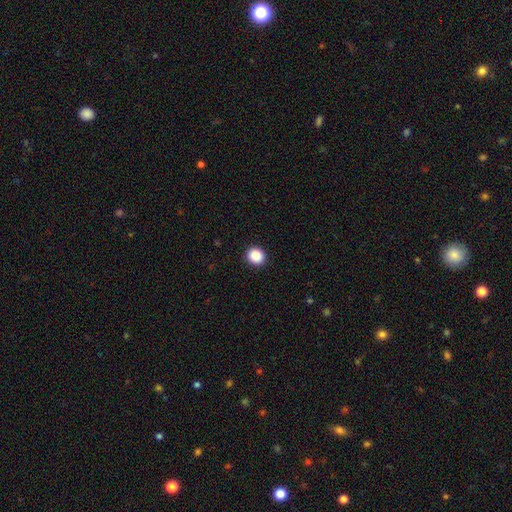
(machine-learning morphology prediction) Overall: smooth (89%). How rounded: round (83%). Merging: none (92%).